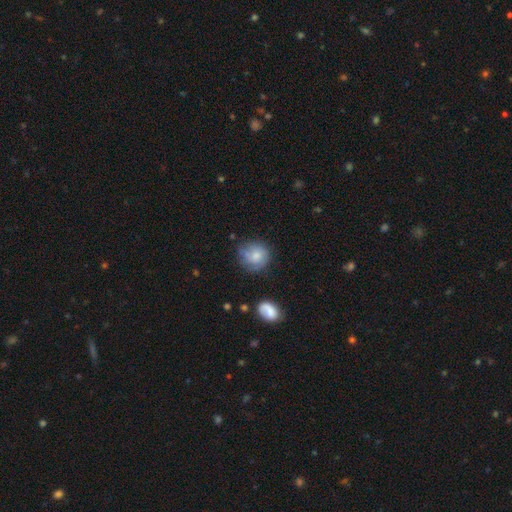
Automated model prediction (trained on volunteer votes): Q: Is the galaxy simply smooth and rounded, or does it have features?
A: smooth — 70%.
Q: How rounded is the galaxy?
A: round — 83%.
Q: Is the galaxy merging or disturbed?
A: none — 62%.